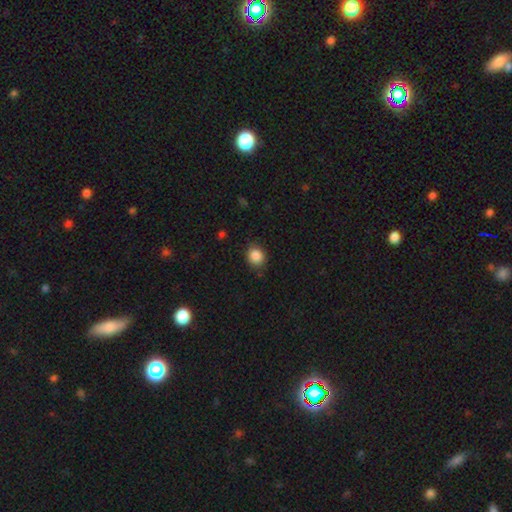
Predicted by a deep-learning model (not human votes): smooth_or_featured: smooth (p=0.87) [alt: star or artifact p=0.09]
how_rounded: round (p=0.68) [alt: in between p=0.31]
merging: none (p=0.80) [alt: minor disturbance p=0.15]